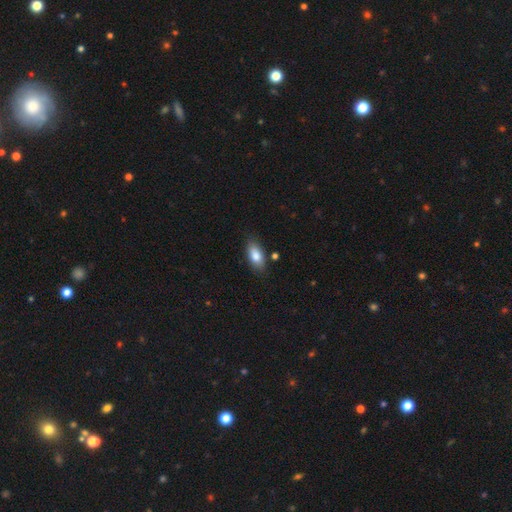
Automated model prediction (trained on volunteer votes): Smooth or featured?
  - smooth: 83% *
  - featured or disk: 10%
  - star or artifact: 7%
How rounded?
  - in between: 88% *
  - cigar-shaped: 9%
  - round: 3%
Merging?
  - none: 81% *
  - minor disturbance: 14%
  - major disturbance: 3%
  - merger: 3%